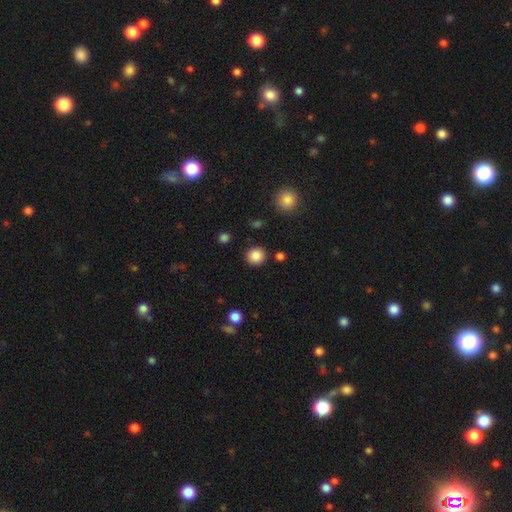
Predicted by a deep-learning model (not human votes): A smooth galaxy with no disk features (86%) that is round (91%).

Vote fractions:
- Smooth or featured? smooth: 86% / star or artifact: 10% / featured or disk: 4%
- How rounded? round: 91% / in between: 8% / cigar-shaped: 1%
- Merging? none: 89% / minor disturbance: 6% / merger: 2% / major disturbance: 2%